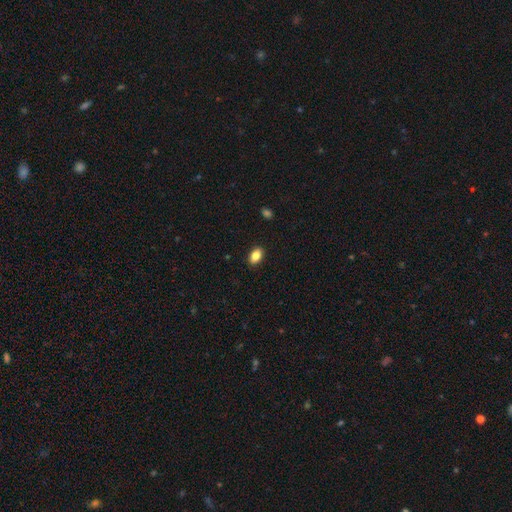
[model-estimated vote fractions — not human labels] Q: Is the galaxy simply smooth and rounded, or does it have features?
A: smooth — 85%.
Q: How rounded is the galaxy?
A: in between — 89%.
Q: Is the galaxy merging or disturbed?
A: none — 90%.